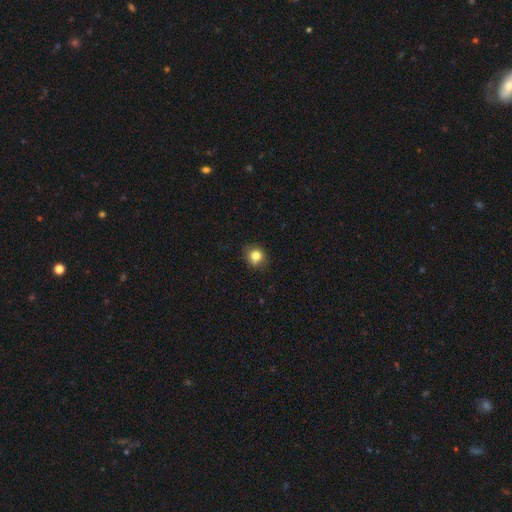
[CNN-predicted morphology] type=smooth (80%); roundness=round (77%); merging=none (81%).